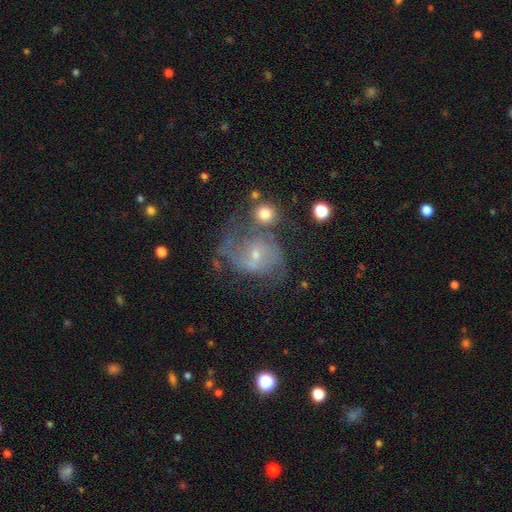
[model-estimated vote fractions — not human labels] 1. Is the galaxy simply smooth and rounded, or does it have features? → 68% featured or disk, 21% smooth, 11% star or artifact.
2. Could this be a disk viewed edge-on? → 97% no, 3% yes.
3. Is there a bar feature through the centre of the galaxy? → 56% no, 36% weak, 8% strong.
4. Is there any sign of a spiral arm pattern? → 81% yes, 19% no.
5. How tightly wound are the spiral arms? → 48% medium, 27% tight, 25% loose.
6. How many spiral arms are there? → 59% 2, 24% can't tell, 7% 3, 6% 1, 3% 4, 2% more than 4.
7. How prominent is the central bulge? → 65% small, 30% moderate, 3% none, 2% large, 1% dominant.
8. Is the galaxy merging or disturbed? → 37% none, 22% merger, 21% major disturbance, 20% minor disturbance.